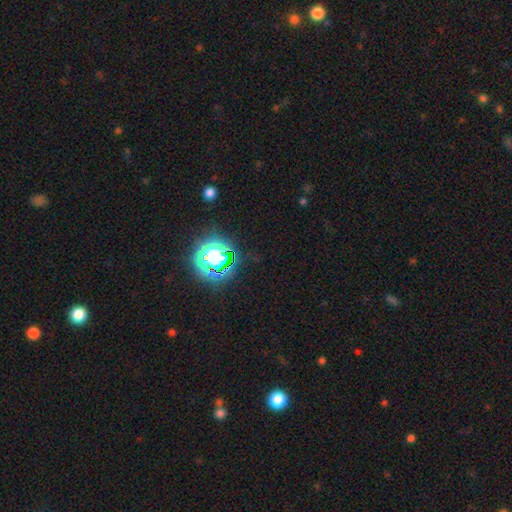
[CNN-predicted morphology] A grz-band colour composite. It shows a star or artifact, not a galaxy (78%).